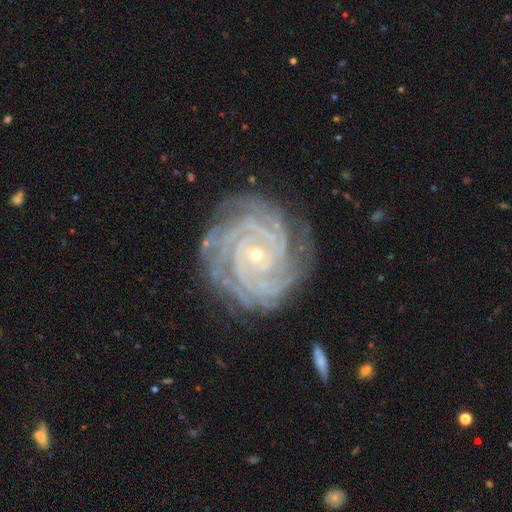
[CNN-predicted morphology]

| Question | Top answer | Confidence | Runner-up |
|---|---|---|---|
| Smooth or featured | featured or disk | 91% | star or artifact (5%) |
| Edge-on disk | no | 98% | yes (2%) |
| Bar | no | 71% | weak (19%) |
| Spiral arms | yes | 99% | no (1%) |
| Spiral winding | tight | 86% | medium (12%) |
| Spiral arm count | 4 | 29% | more than 4 (19%) |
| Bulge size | small | 83% | moderate (14%) |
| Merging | none | 81% | minor disturbance (14%) |